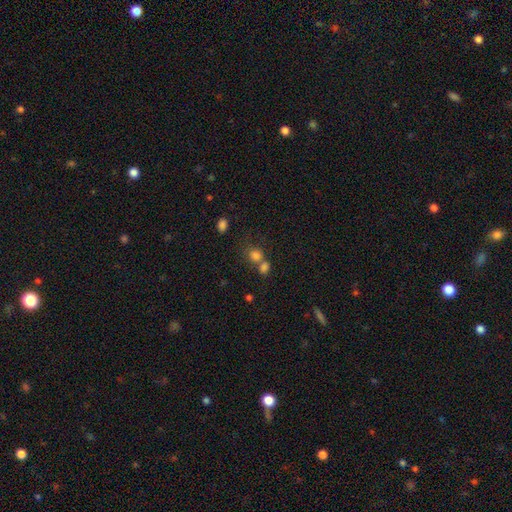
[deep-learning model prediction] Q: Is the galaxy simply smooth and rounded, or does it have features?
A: smooth — 79%.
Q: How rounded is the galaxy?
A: round — 72%.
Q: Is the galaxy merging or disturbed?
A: merger — 44%.